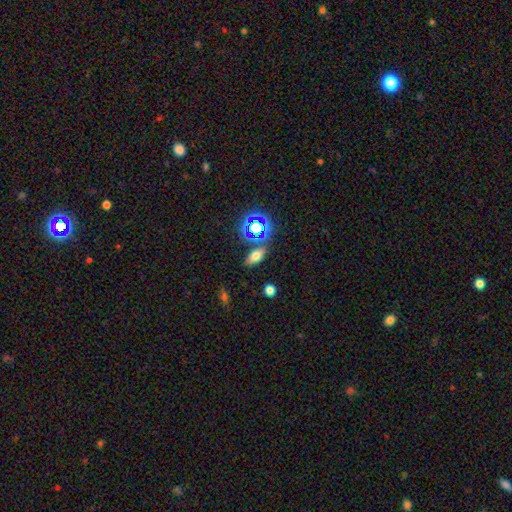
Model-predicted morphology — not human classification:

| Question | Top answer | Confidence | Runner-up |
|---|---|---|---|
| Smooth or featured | smooth | 62% | star or artifact (24%) |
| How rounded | in between | 81% | round (10%) |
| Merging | none | 80% | minor disturbance (11%) |